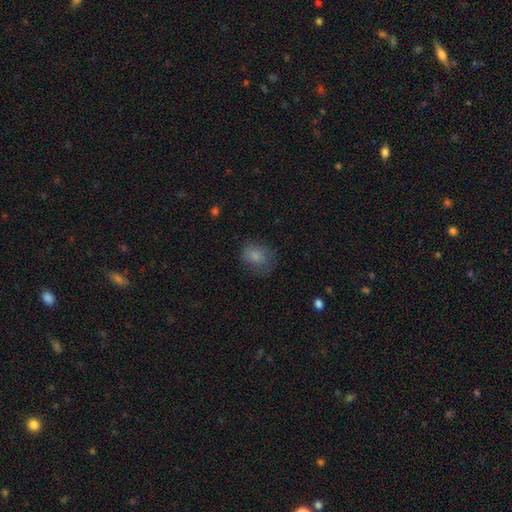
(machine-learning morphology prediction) A smooth galaxy with no disk features (81%) that is in between round and cigar-shaped (54%). Merging: none (67%).